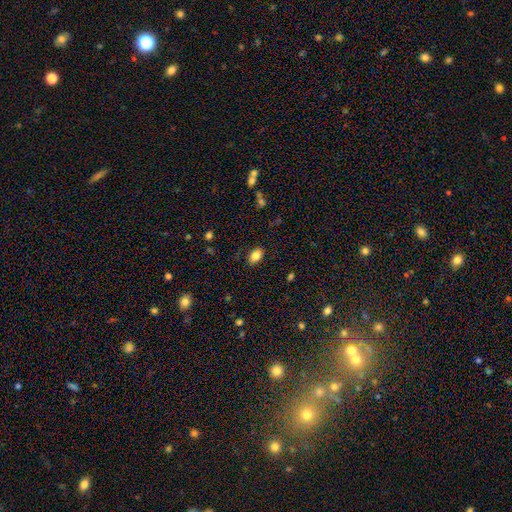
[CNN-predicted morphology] Smooth or featured? Predicted: smooth (p=0.85). How rounded? Predicted: in between (p=0.84). Merging? Predicted: none (p=0.84).